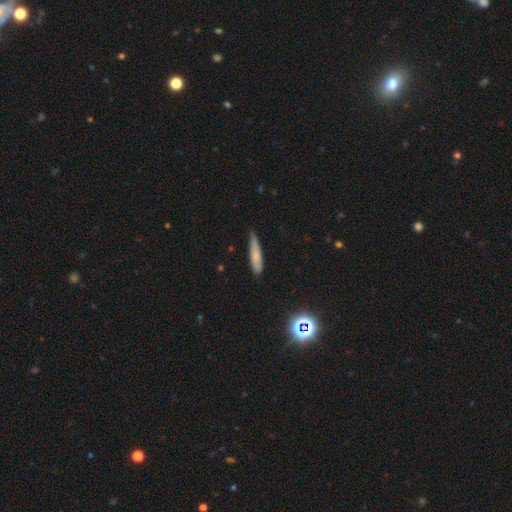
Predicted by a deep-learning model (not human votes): This appears to be a smooth galaxy with no disk features (72%) that is cigar-shaped (83%). Merging: none (65%).